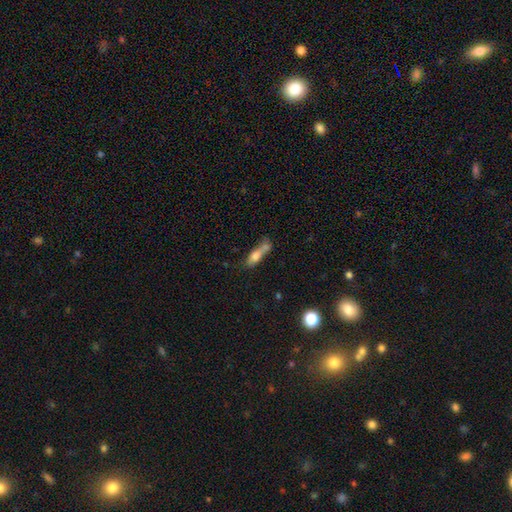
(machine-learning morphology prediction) This appears to be a smooth galaxy with no disk features (66%) that is cigar-shaped (57%). Merging: none (34%).